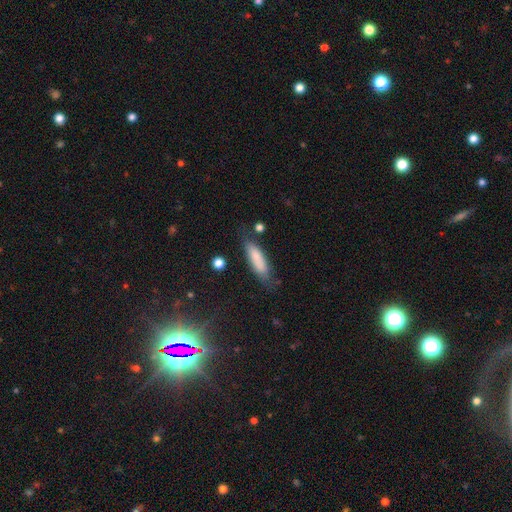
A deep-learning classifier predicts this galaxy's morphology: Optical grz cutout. It shows a smooth galaxy with no disk features (76%) that is cigar-shaped (58%). Merging: none (69%).